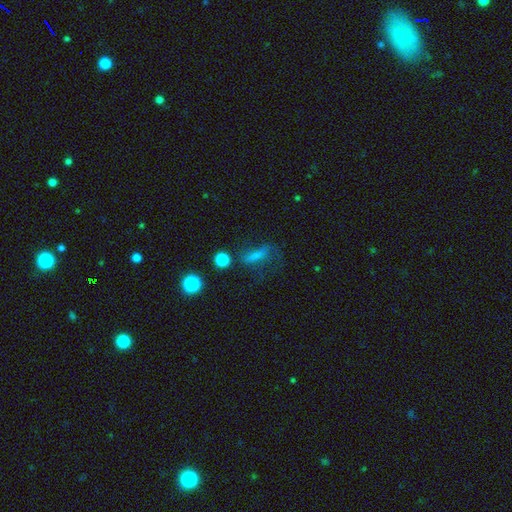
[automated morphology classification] The model was most divided on "how rounded": cigar-shaped: 46%, in between: 43%, round: 12%. Remaining: smooth or featured — smooth (52%); merging — none (48%).